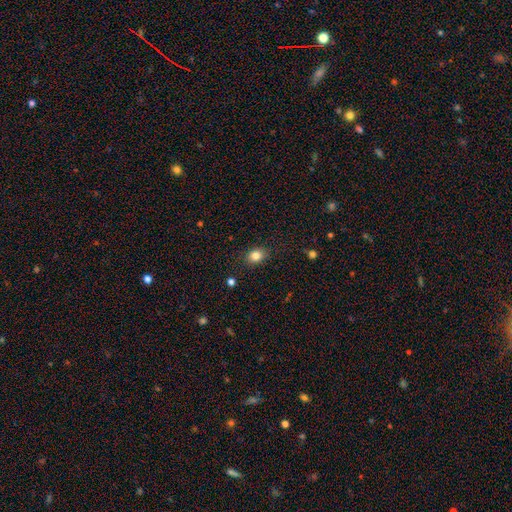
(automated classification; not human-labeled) Smooth or featured? smooth (83%)
How rounded? in between (54%)
Merging? none (87%)